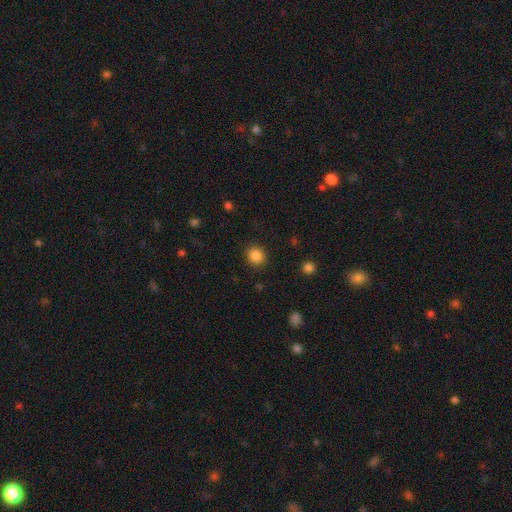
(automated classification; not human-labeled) Smooth or featured? Predicted: smooth (p=0.86). How rounded? Predicted: round (p=0.81). Merging? Predicted: none (p=0.89).